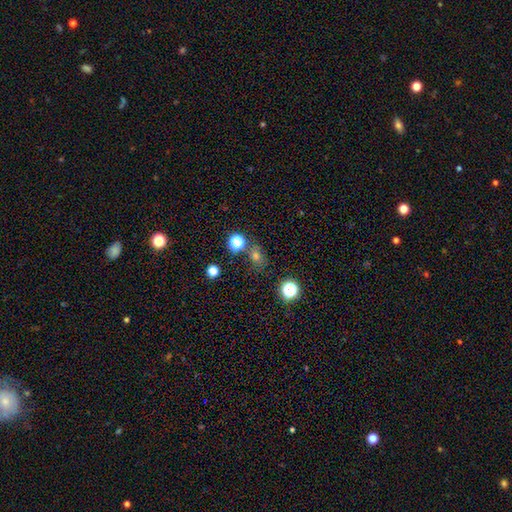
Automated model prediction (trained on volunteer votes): This appears to be a smooth galaxy with no disk features (57%) that is round (65%). Merging: none (73%).